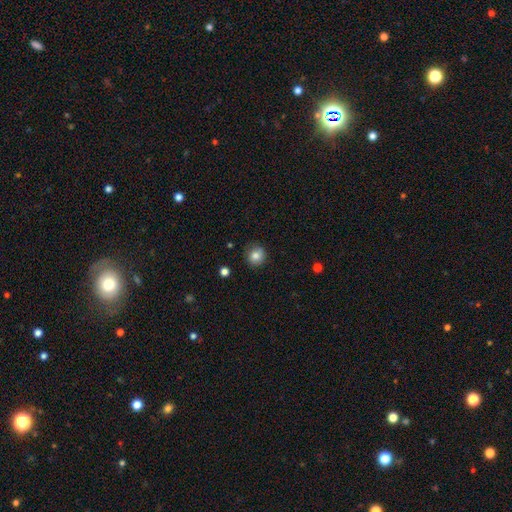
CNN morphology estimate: Smooth or featured?
  - smooth: 83% *
  - star or artifact: 10%
  - featured or disk: 7%
How rounded?
  - round: 91% *
  - in between: 8%
  - cigar-shaped: 1%
Merging?
  - none: 84% *
  - minor disturbance: 12%
  - major disturbance: 3%
  - merger: 1%